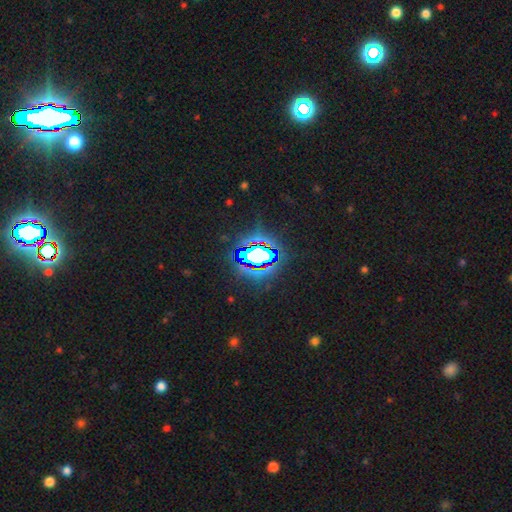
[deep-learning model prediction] A star or artifact, not a galaxy (72%).